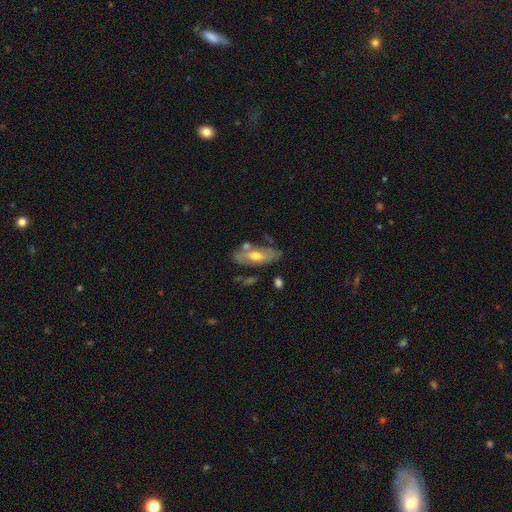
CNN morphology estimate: smooth-or-featured: featured or disk: 53% | smooth: 41% | star or artifact: 6%
  disk-edge-on: no: 74% | yes: 26%
  merging: none: 65% | minor disturbance: 19% | merger: 10% | major disturbance: 6%